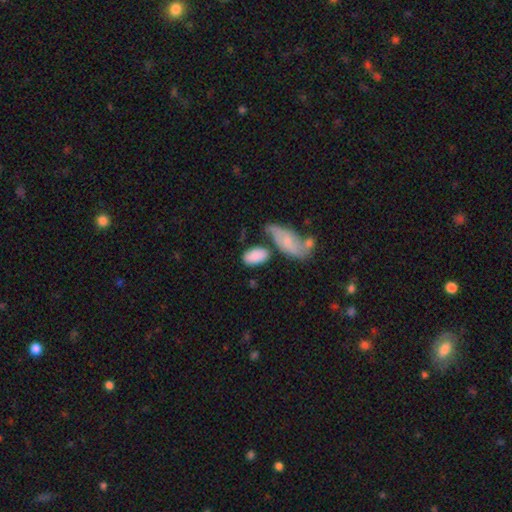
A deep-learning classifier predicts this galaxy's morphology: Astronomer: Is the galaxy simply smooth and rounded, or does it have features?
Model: smooth — 81%.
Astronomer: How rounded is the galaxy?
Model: in between — 93%.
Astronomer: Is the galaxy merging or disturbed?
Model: none — 49%.